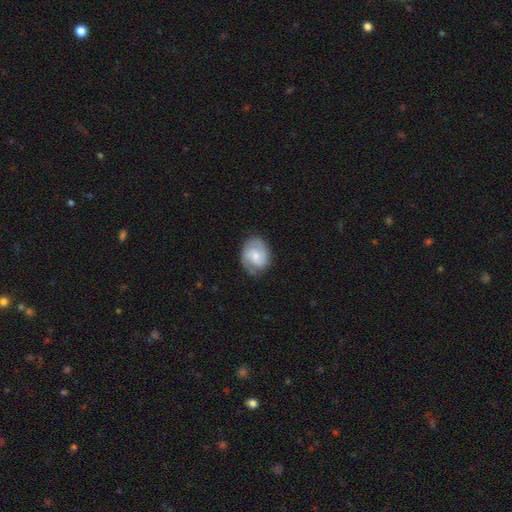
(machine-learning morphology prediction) This appears to be a featured or disk galaxy (68%) with a weak bar (46%, tied with no), 2 (75%) medium (45%) spiral arms (92%) and a small central bulge (48%). Merging: none (72%).